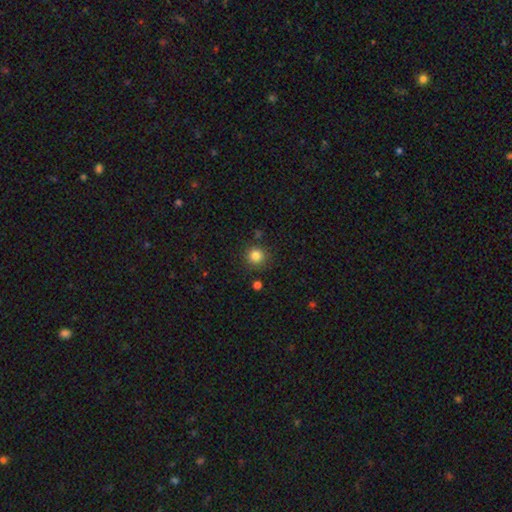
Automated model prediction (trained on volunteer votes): Morphology: type=smooth (84%); roundness=round (93%); merging=none (85%).